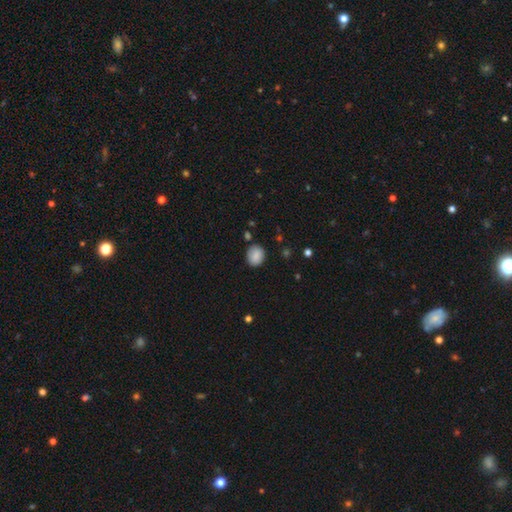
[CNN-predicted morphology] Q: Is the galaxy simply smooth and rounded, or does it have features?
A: smooth — 86%.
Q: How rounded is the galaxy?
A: round — 66%.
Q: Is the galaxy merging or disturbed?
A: none — 81%.